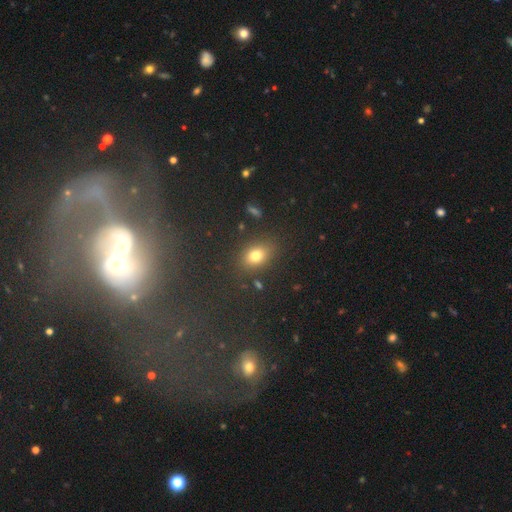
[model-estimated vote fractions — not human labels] Overall: smooth (75%). How rounded: in between (65%; round 32%). Merging: none (82%).